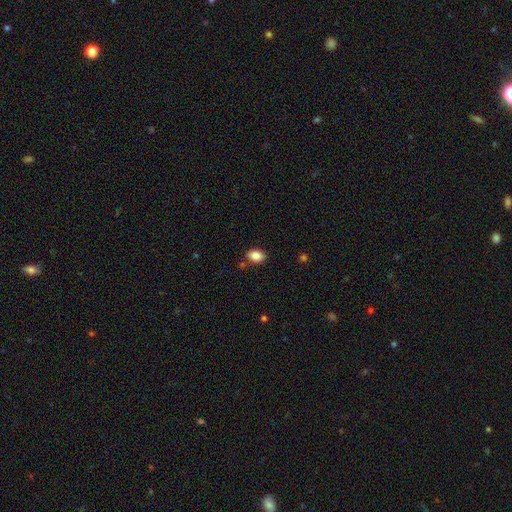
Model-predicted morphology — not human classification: This appears to be a smooth galaxy with no disk features (86%) that is in between round and cigar-shaped (84%). Merging: none (83%).